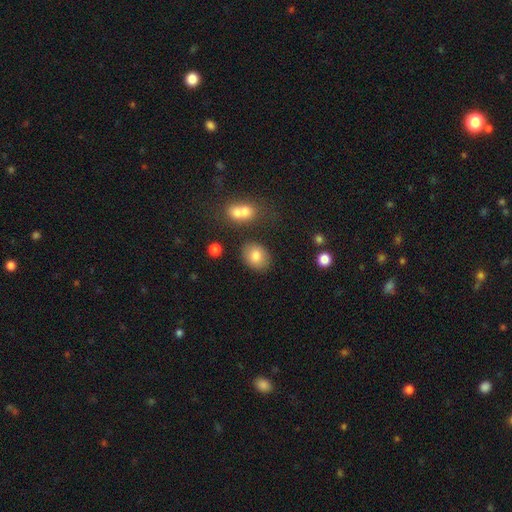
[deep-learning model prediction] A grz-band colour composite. It shows a smooth galaxy with no disk features (81%) that is in between round and cigar-shaped (52%). Merging: none (80%).